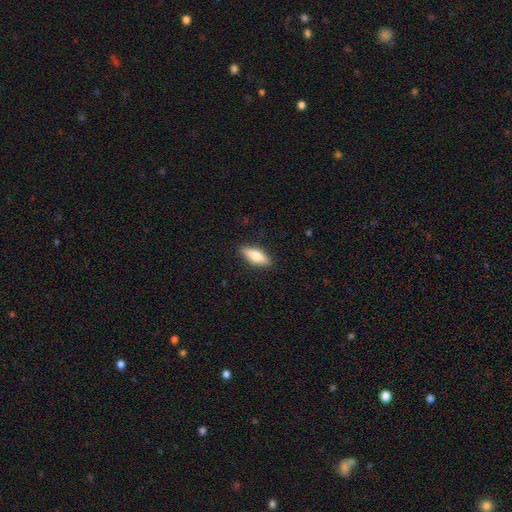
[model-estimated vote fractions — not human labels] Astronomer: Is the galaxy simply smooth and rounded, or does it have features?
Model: smooth — 70%.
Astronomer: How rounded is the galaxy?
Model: in between — 60% (runner-up: cigar-shaped, 38%).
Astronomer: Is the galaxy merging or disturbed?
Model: none — 88%.